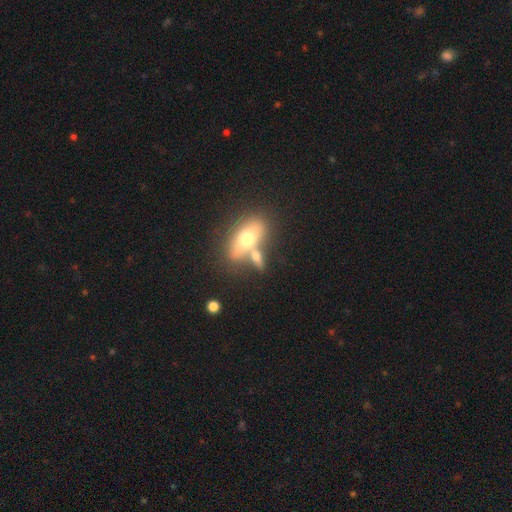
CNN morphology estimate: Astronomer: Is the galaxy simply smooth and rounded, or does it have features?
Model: smooth — 63%.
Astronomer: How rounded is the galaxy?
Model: in between — 73%.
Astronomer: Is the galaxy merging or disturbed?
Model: none — 47% (runner-up: merger, 36%).